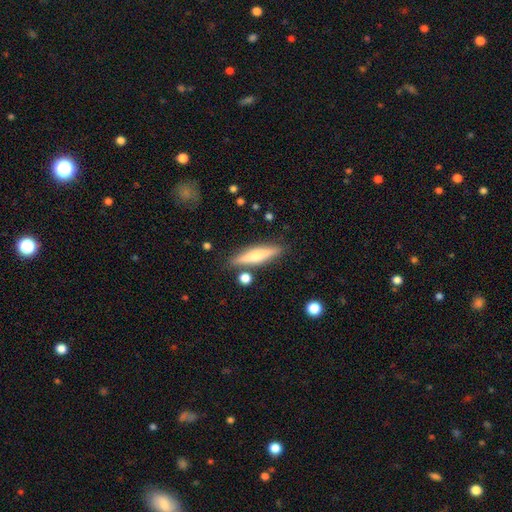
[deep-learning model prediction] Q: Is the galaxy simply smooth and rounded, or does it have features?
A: smooth — 48%.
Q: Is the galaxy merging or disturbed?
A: none — 85%.